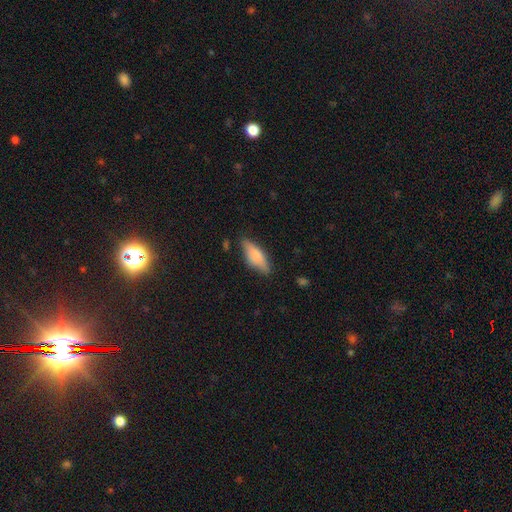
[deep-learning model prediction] smooth 72%, featured or disk 22%, star or artifact 6%. Down the decision tree: how rounded — in between (58%); merging — none (75%).